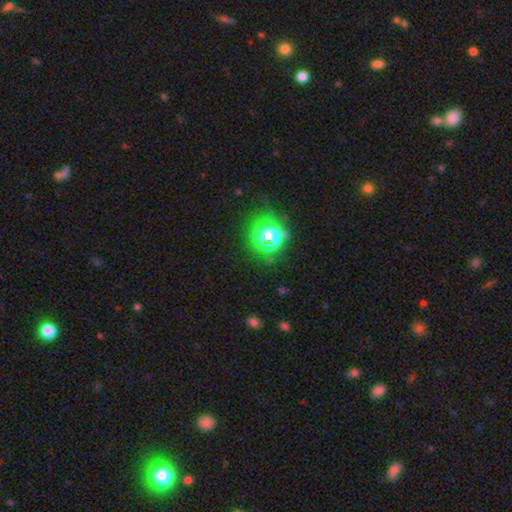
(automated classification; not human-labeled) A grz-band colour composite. It shows a star or artifact, not a galaxy (56%).